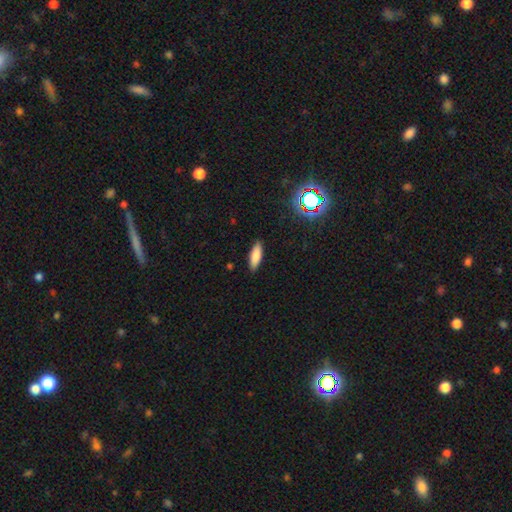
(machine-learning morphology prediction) type=smooth (81%); roundness=in between (55%); merging=none (89%).